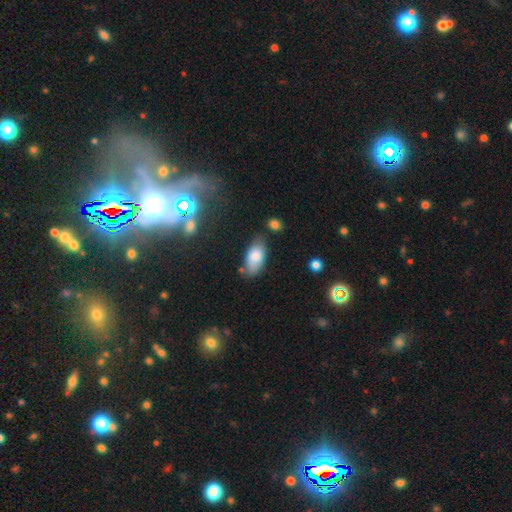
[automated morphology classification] Overall: smooth (80%). How rounded: in between (92%). Merging: none (68%).